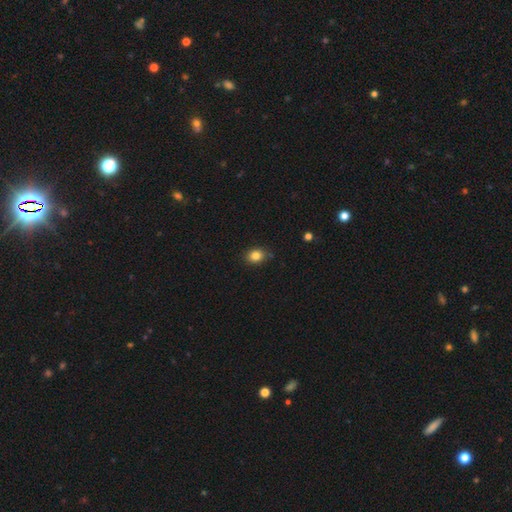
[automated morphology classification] The model was most divided on "how rounded": in between: 50%, round: 49%, cigar-shaped: 1%. More confident: smooth or featured — smooth (84%); merging — none (82%).